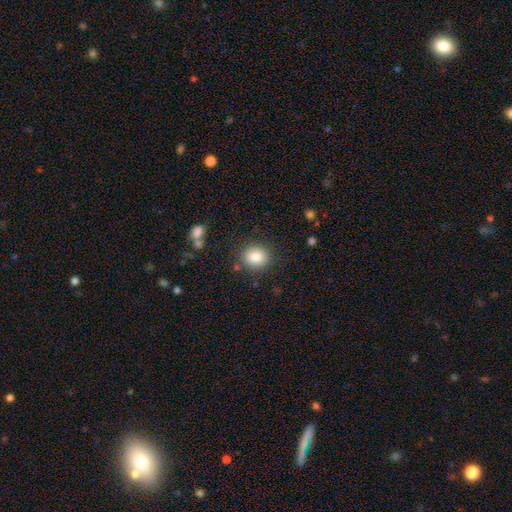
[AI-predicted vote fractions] Q: Smooth or featured?
A: smooth (85%); runner-up: star or artifact (9%)
Q: How rounded?
A: round (76%); runner-up: in between (23%)
Q: Merging?
A: none (85%); runner-up: minor disturbance (9%)